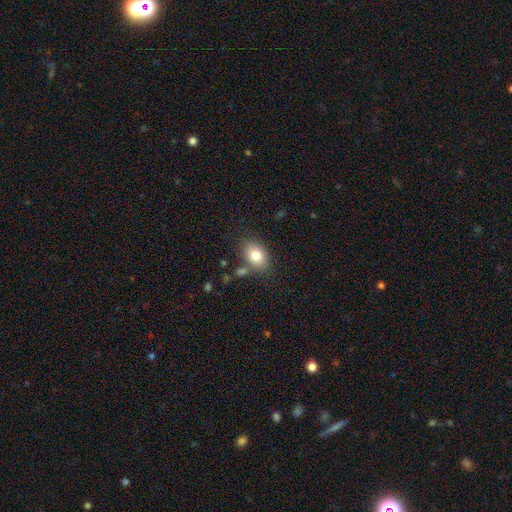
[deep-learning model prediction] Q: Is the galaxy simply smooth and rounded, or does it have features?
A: smooth — 81%.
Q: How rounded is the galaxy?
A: in between — 76%.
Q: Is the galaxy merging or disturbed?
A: none — 72%.